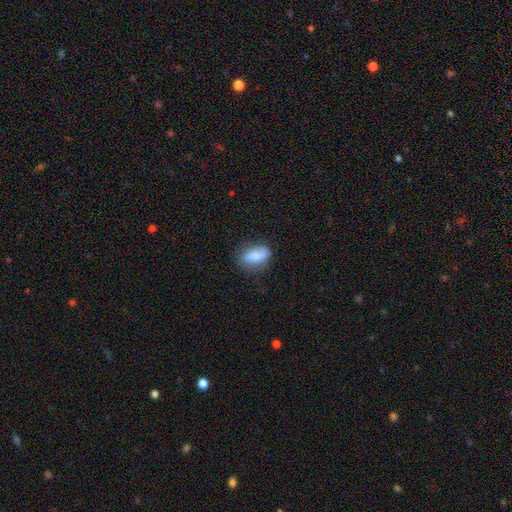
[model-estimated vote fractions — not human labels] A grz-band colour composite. It shows a smooth galaxy with no disk features (81%) that is in between round and cigar-shaped (87%). Merging: none (66%).